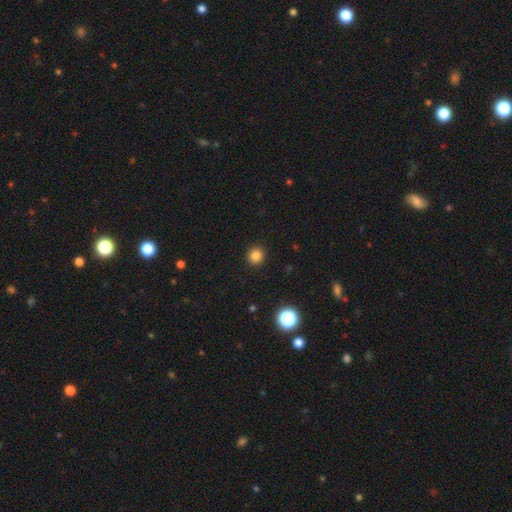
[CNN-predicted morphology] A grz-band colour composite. It shows a smooth galaxy with no disk features (83%) that is round (92%). Merging: none (92%).